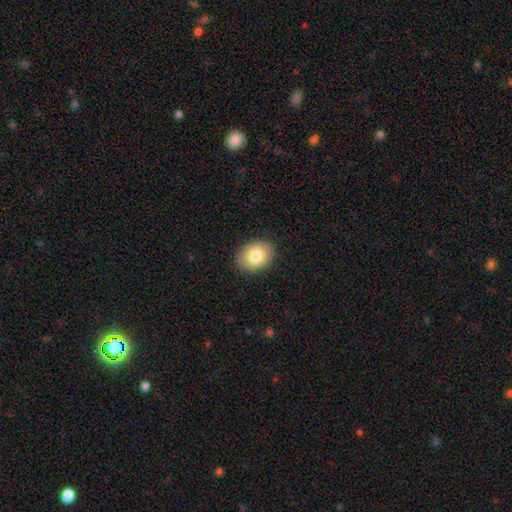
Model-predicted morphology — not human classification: smooth 83%, featured or disk 10%, star or artifact 7%. Down the decision tree: how rounded — in between (71%); merging — none (89%).